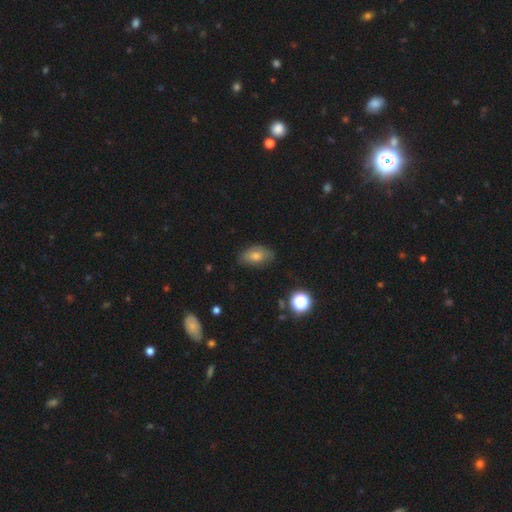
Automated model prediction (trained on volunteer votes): A smooth galaxy with no disk features (67%) that is in between round and cigar-shaped (87%).

Vote fractions:
- Smooth or featured? smooth: 67% / featured or disk: 20% / star or artifact: 13%
- How rounded? in between: 87% / round: 11% / cigar-shaped: 2%
- Merging? none: 72% / minor disturbance: 22% / major disturbance: 4% / merger: 1%